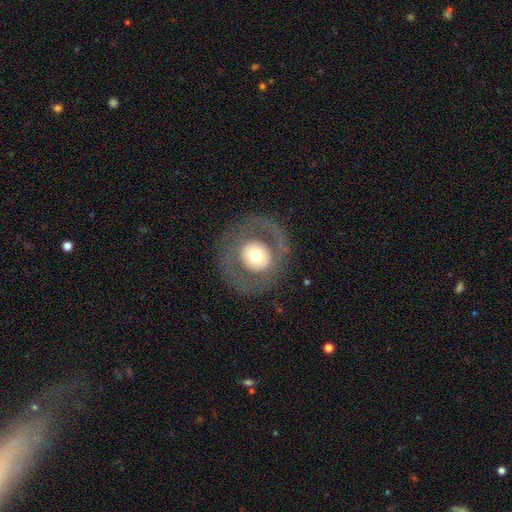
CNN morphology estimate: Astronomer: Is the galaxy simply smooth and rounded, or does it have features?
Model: featured or disk — 53% (runner-up: smooth, 40%).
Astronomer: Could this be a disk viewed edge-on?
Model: no — 95%.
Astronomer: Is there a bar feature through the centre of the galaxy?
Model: no — 83%.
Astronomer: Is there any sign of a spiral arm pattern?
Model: no — 80%.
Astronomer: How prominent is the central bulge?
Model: moderate — 53% (runner-up: large, 35%).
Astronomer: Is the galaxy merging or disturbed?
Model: none — 79%.